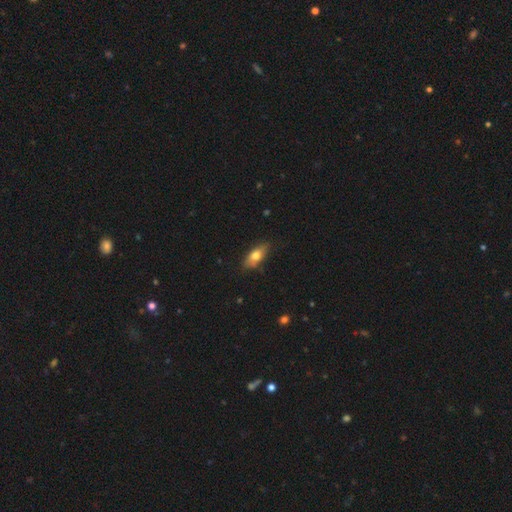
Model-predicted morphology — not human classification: smooth_or_featured: smooth (p=0.71) [alt: featured or disk p=0.22]
how_rounded: in between (p=0.79) [alt: cigar-shaped p=0.17]
merging: none (p=0.78) [alt: minor disturbance p=0.17]